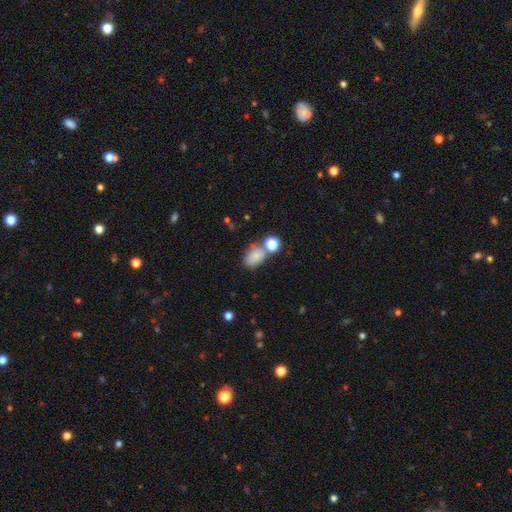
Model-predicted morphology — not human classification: A smooth galaxy with no disk features (81%) that is in between round and cigar-shaped (81%). Merging: none (53%).